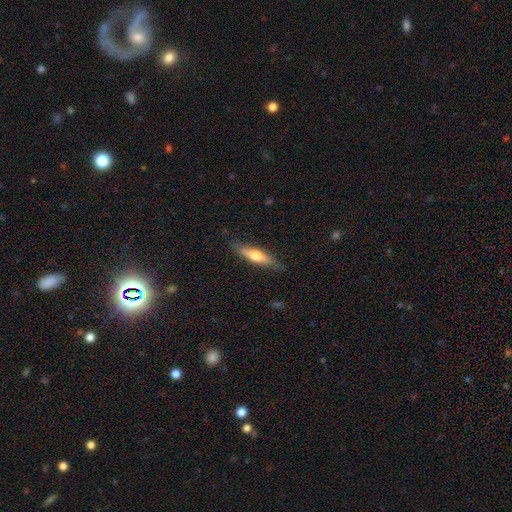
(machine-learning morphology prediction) A smooth galaxy with no disk features (57%) that is cigar-shaped (73%). Merging: none (81%).